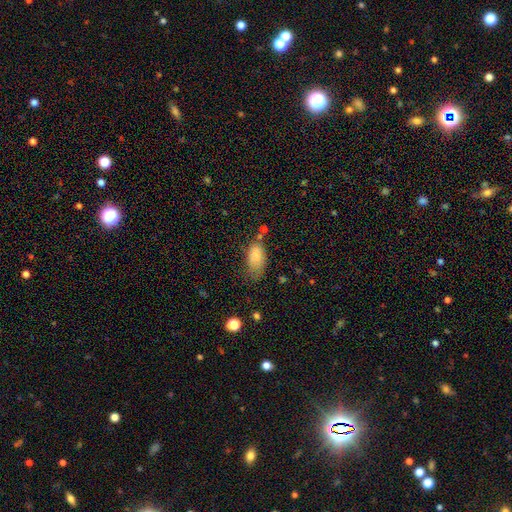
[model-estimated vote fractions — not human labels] This appears to be a smooth galaxy with no disk features (83%) that is in between round and cigar-shaped (91%). Merging: none (43%).